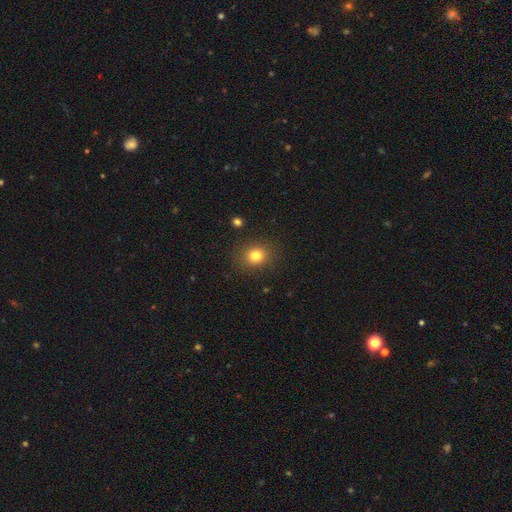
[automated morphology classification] Smooth or featured? Predicted: smooth (p=0.79). How rounded? Predicted: round (p=0.76). Merging? Predicted: none (p=0.87).